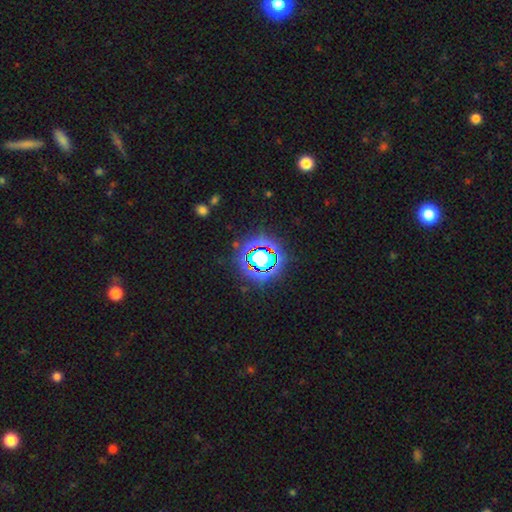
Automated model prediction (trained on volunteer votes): Smooth or featured?
  - star or artifact: 79% *
  - smooth: 13%
  - featured or disk: 8%